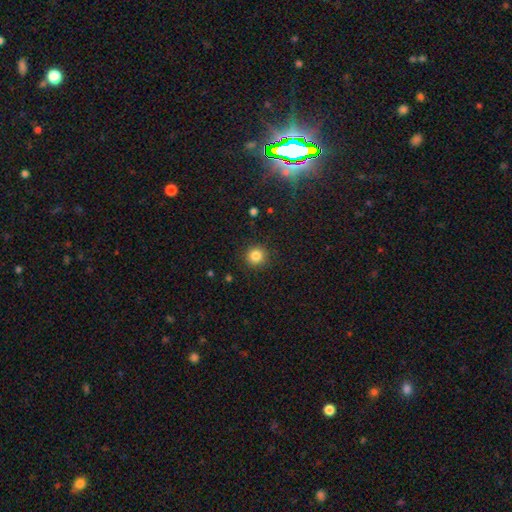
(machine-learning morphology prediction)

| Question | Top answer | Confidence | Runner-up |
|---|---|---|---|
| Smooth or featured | smooth | 84% | star or artifact (12%) |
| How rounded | round | 92% | in between (7%) |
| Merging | none | 90% | minor disturbance (7%) |